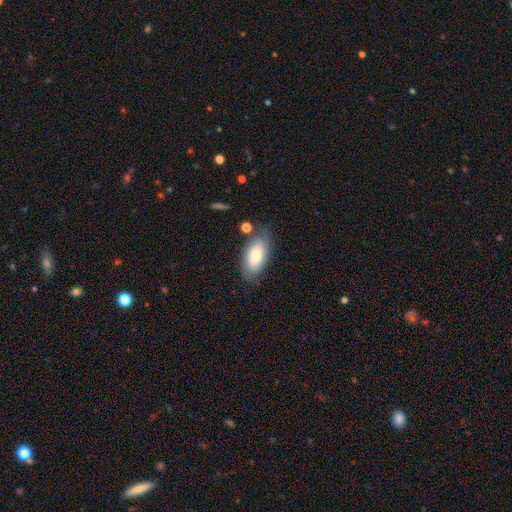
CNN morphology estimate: smooth-or-featured: smooth: 77% | featured or disk: 17% | star or artifact: 6%
  how-rounded: in between: 91% | cigar-shaped: 6% | round: 3%
  merging: none: 72% | minor disturbance: 18% | major disturbance: 5% | merger: 5%